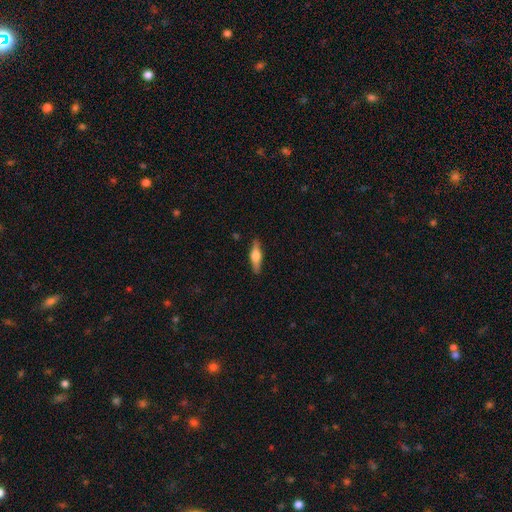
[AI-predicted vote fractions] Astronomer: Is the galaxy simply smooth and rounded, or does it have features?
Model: featured or disk — 57% (runner-up: smooth, 38%).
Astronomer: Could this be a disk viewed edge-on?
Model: yes — 95%.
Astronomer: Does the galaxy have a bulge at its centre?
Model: rounded — 93%.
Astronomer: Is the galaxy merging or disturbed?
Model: none — 89%.